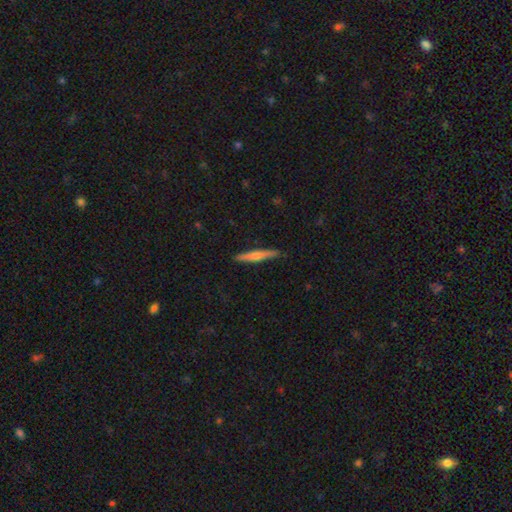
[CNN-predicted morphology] smooth_or_featured: smooth (p=0.50) [alt: featured or disk p=0.44]
how_rounded: cigar-shaped (p=0.94) [alt: in between p=0.05]
merging: none (p=0.89) [alt: minor disturbance p=0.08]